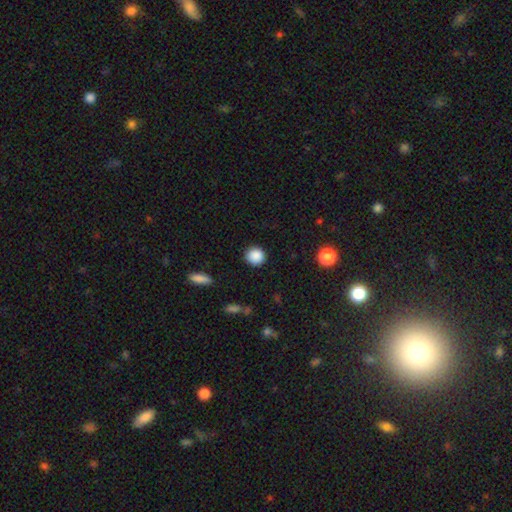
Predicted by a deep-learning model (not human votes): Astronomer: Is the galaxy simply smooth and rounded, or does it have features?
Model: smooth — 88%.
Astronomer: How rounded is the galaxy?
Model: round — 90%.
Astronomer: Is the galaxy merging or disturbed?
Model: none — 90%.